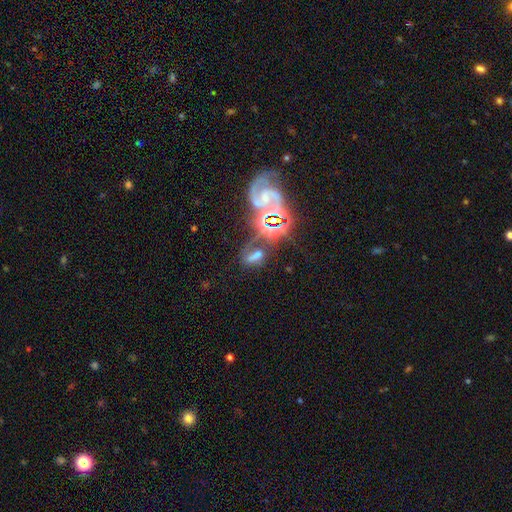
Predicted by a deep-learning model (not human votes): featured or disk 35% (tied), star or artifact 35% (tied), smooth 30%. Down the decision tree: merging — none (44%).